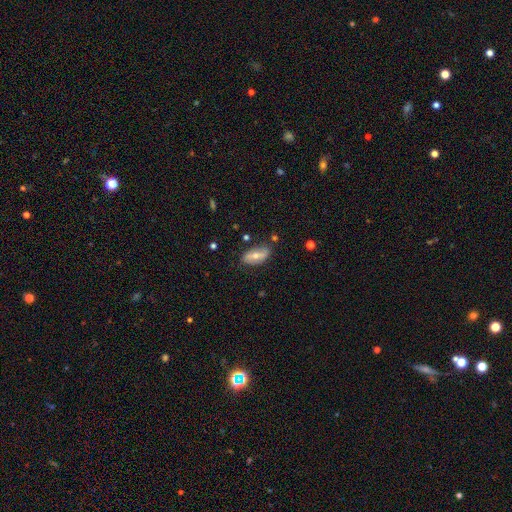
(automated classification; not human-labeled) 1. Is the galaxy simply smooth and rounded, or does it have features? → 49% featured or disk, 44% smooth, 7% star or artifact.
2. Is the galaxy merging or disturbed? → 73% none, 20% minor disturbance, 4% major disturbance, 3% merger.